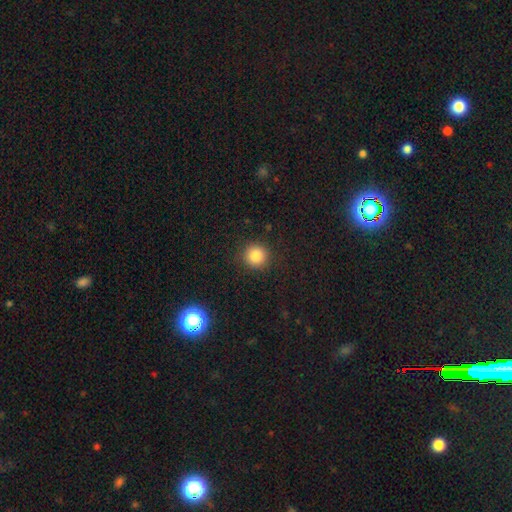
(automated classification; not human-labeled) Morphology: type=smooth (84%); roundness=round (93%); merging=none (91%).